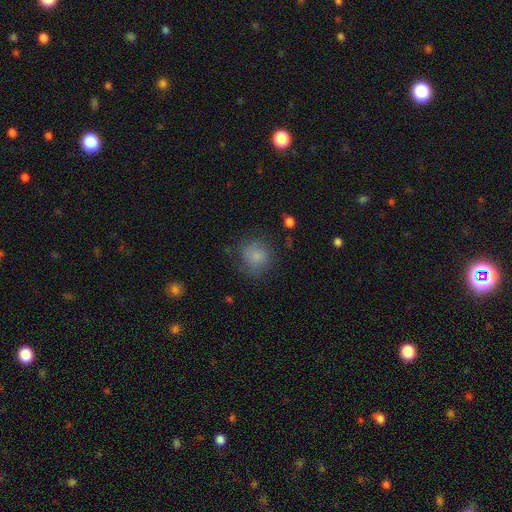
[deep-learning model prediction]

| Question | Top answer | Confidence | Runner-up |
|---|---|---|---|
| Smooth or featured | smooth | 78% | featured or disk (12%) |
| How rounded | round | 85% | in between (14%) |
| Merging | none | 69% | minor disturbance (20%) |